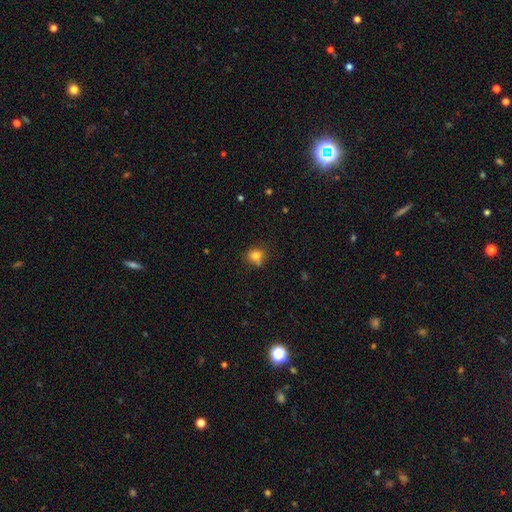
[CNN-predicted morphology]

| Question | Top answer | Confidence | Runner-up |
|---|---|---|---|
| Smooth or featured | smooth | 78% | star or artifact (13%) |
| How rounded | round | 75% | in between (24%) |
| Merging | none | 66% | minor disturbance (21%) |